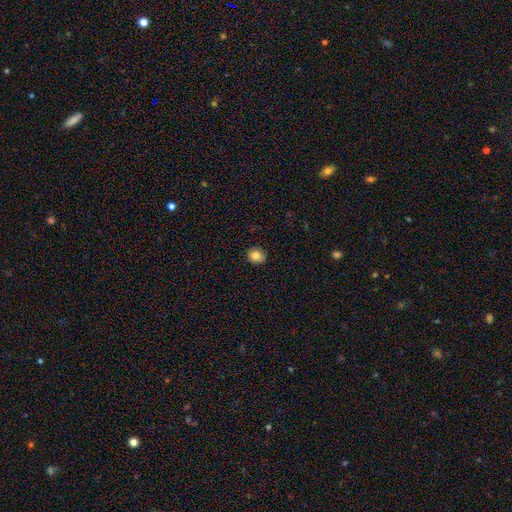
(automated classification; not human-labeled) smooth_or_featured: smooth (p=0.84) [alt: star or artifact p=0.10]
how_rounded: round (p=0.77) [alt: in between p=0.22]
merging: none (p=0.90) [alt: minor disturbance p=0.08]